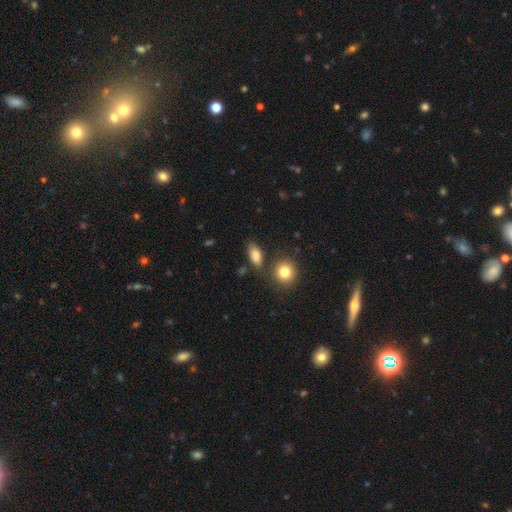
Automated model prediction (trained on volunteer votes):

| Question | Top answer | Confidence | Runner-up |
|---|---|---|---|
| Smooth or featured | smooth | 82% | featured or disk (9%) |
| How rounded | in between | 82% | round (9%) |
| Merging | none | 72% | minor disturbance (16%) |